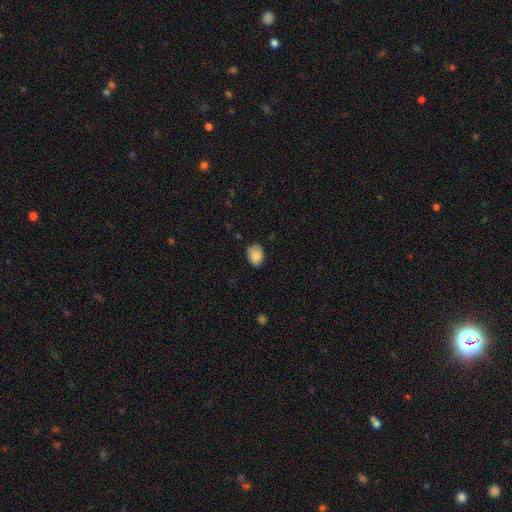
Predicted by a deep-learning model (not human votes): Q: Smooth or featured?
A: smooth (87%); runner-up: star or artifact (7%)
Q: How rounded?
A: in between (74%); runner-up: round (25%)
Q: Merging?
A: none (76%); runner-up: minor disturbance (20%)